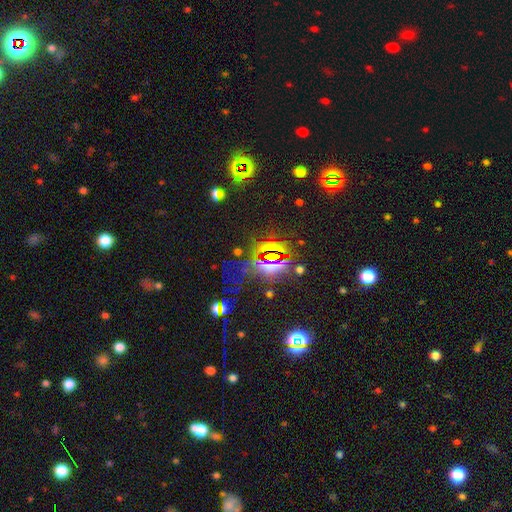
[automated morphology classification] type=star or artifact (78%).